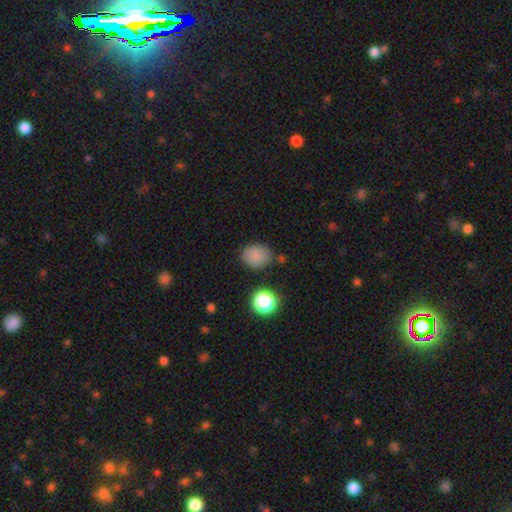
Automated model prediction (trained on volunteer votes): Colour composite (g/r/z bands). It shows a smooth galaxy with no disk features (82%) that is round (58%). Merging: none (77%).